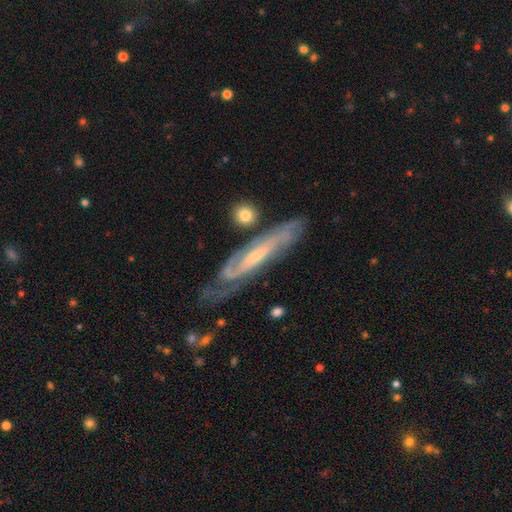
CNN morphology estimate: Smooth or featured?
  - featured or disk: 82% *
  - smooth: 12%
  - star or artifact: 6%
Edge-on disk?
  - no: 65% *
  - yes: 35%
Bar?
  - no: 37% * (tied)
  - weak: 37% * (tied)
  - strong: 26%
Spiral arms?
  - yes: 92% *
  - no: 8%
Bulge size?
  - small: 62% *
  - moderate: 29%
  - none: 6%
  - large: 2%
  - dominant: 1%
Merging?
  - none: 63% *
  - minor disturbance: 20%
  - major disturbance: 10%
  - merger: 6%